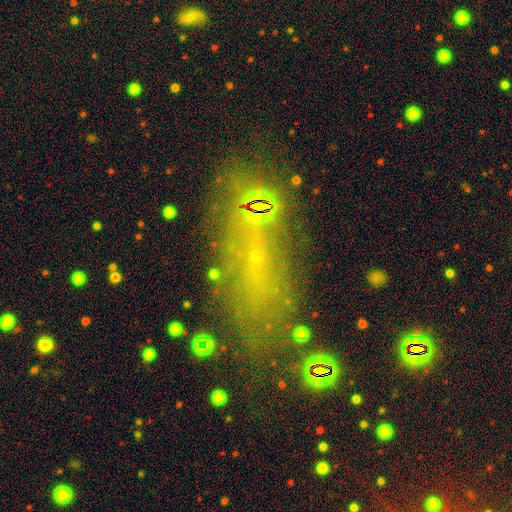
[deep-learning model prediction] This appears to be a smooth galaxy with no disk features (36%). Merging: none (61%).